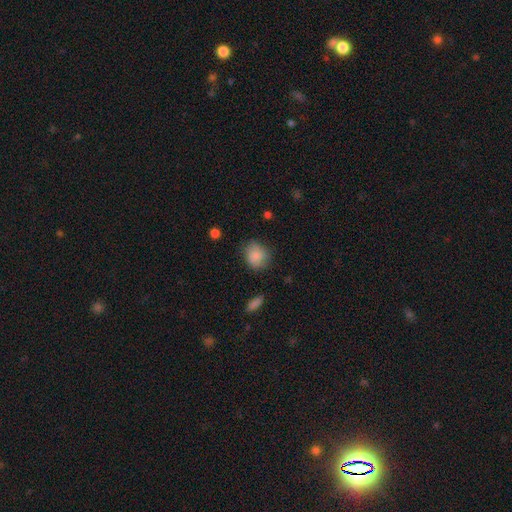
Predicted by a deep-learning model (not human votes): Smooth or featured? Predicted: smooth (p=0.84). How rounded? Predicted: round (p=0.70). Merging? Predicted: none (p=0.73).